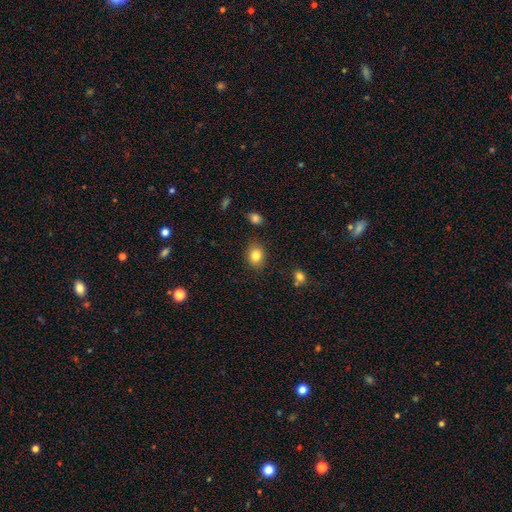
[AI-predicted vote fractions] This appears to be a smooth galaxy with no disk features (83%) that is in between round and cigar-shaped (53%). Merging: none (86%).